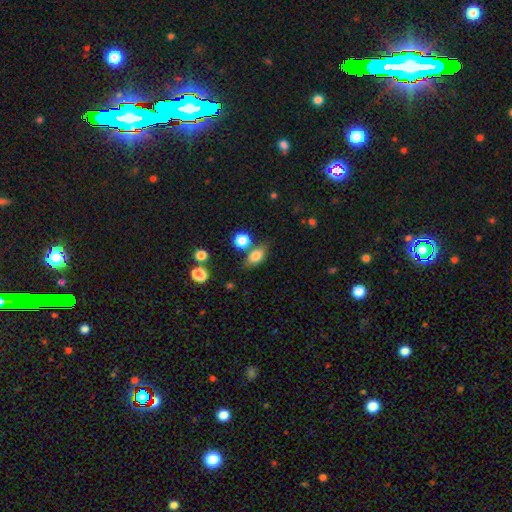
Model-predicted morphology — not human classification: This is likely a smooth galaxy (79%). How rounded: likely in between (75%). Merging: likely none (64%).